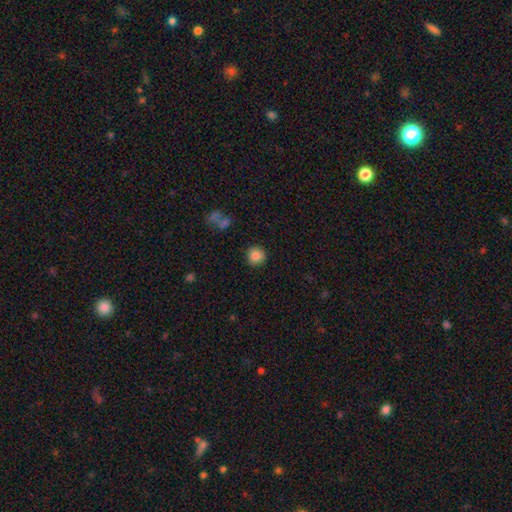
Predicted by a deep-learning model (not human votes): smooth-or-featured: smooth: 85% | star or artifact: 10% | featured or disk: 6%
  how-rounded: round: 94% | in between: 6% | cigar-shaped: 1%
  merging: none: 90% | minor disturbance: 7% | major disturbance: 2% | merger: 1%